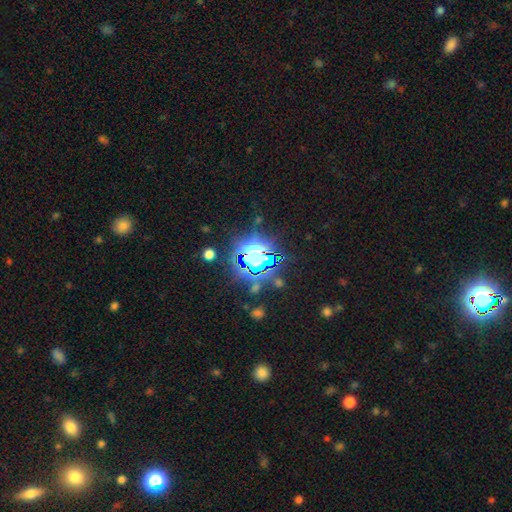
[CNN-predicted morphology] smooth_or_featured: star or artifact (p=0.69) [alt: smooth p=0.20]